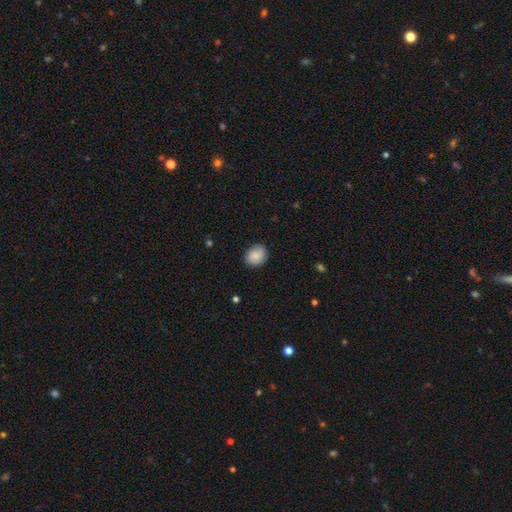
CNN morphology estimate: smooth 87%, star or artifact 7%, featured or disk 6%. Down the decision tree: how rounded — round (57%); merging — none (88%).